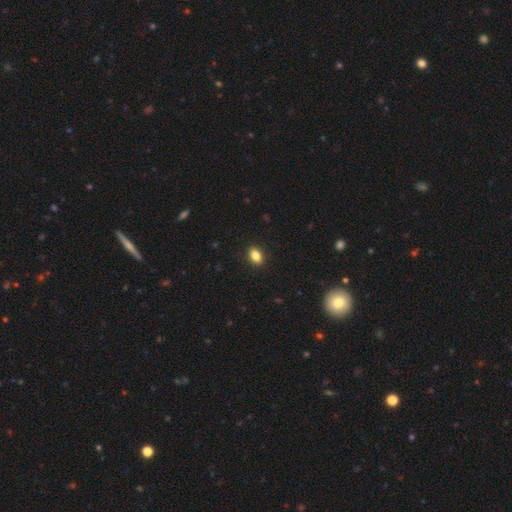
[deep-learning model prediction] This is clearly a smooth galaxy (85%). How rounded: clearly in between (81%). Merging: clearly none (90%).